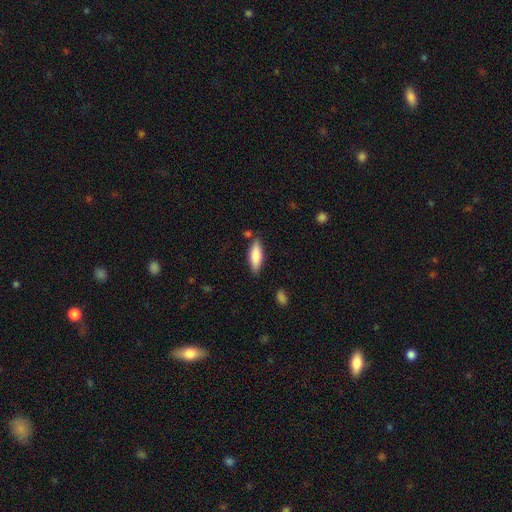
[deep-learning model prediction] Overall: smooth (81%). How rounded: in between (59%; cigar-shaped 39%). Merging: none (79%).